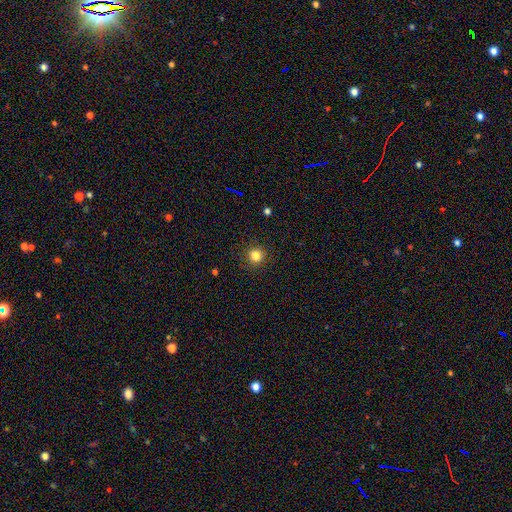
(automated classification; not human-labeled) Smooth or featured?
  - smooth: 83% *
  - star or artifact: 13%
  - featured or disk: 5%
How rounded?
  - round: 94% *
  - in between: 5%
  - cigar-shaped: 1%
Merging?
  - none: 91% *
  - minor disturbance: 6%
  - major disturbance: 2%
  - merger: 1%